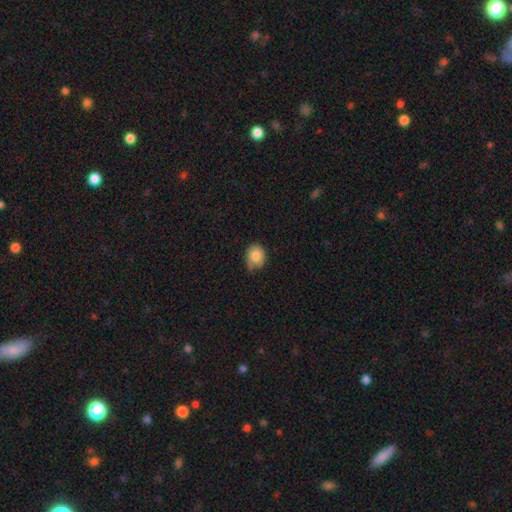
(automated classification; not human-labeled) Q: Smooth or featured?
A: smooth (83%); runner-up: star or artifact (9%)
Q: How rounded?
A: round (65%); runner-up: in between (34%)
Q: Merging?
A: none (59%); runner-up: minor disturbance (34%)